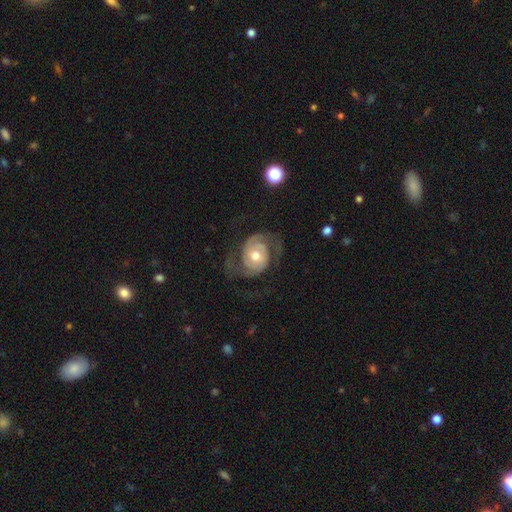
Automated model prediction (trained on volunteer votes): This appears to be a featured or disk galaxy (88%) with no bar (65%), 2 (89%) medium (47%) spiral arms (96%) and a moderate central bulge (74%). Merging: none (69%).